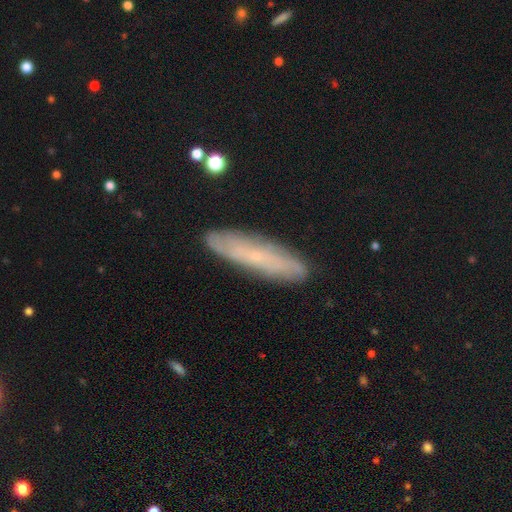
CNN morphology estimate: smooth_or_featured: featured or disk (p=0.53) [alt: smooth p=0.39]
disk_edge_on: no (p=0.55) [alt: yes p=0.45]
merging: none (p=0.87) [alt: minor disturbance p=0.10]